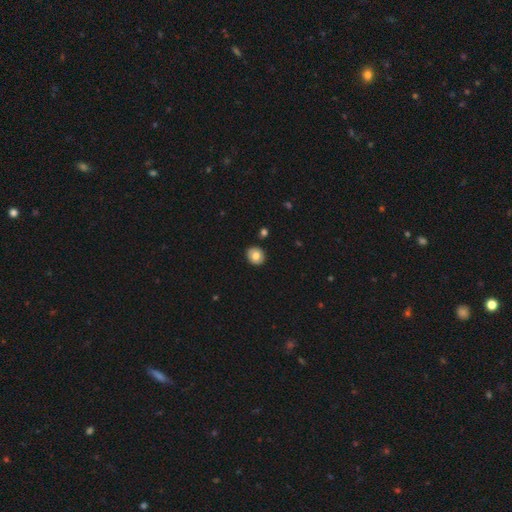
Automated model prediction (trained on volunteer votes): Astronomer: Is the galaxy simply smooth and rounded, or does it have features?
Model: smooth — 76%.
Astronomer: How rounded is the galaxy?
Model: round — 72%.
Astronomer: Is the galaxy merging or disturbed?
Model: none — 89%.